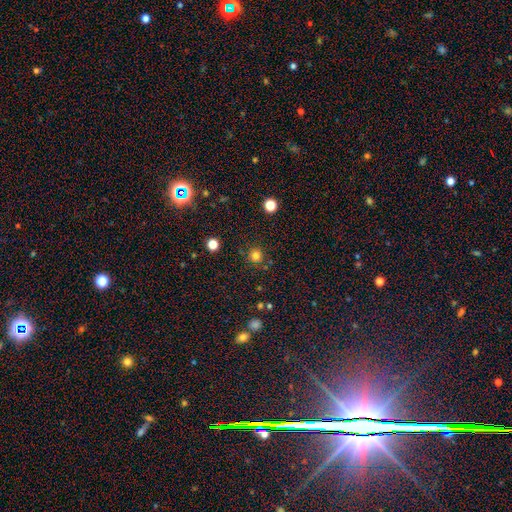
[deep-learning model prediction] A smooth galaxy with no disk features (78%) that is round (93%). Merging: none (84%).